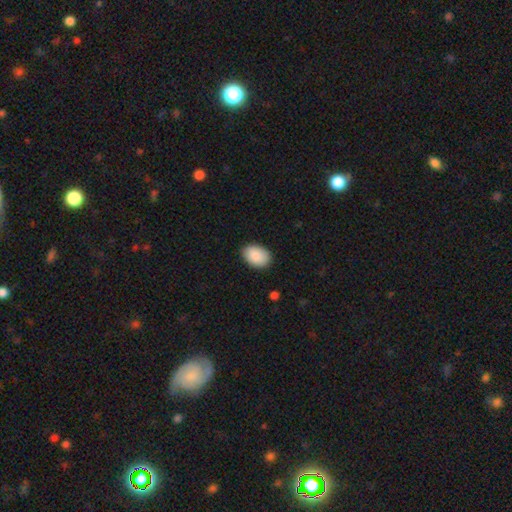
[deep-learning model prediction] This is clearly a smooth galaxy (89%). How rounded: clearly in between (86%). Merging: clearly none (87%).